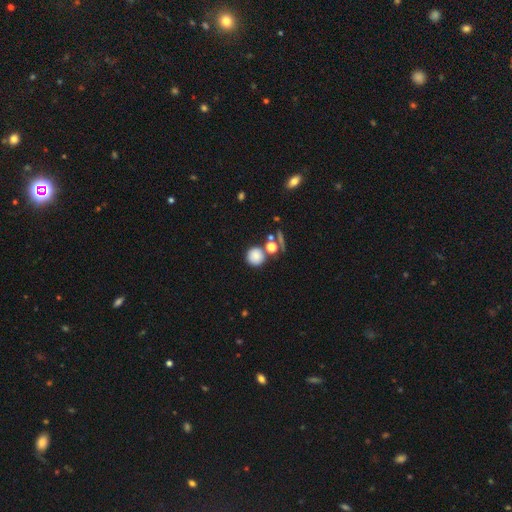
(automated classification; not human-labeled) Smooth or featured? Predicted: smooth (p=0.81). How rounded? Predicted: round (p=0.92). Merging? Predicted: none (p=0.70).